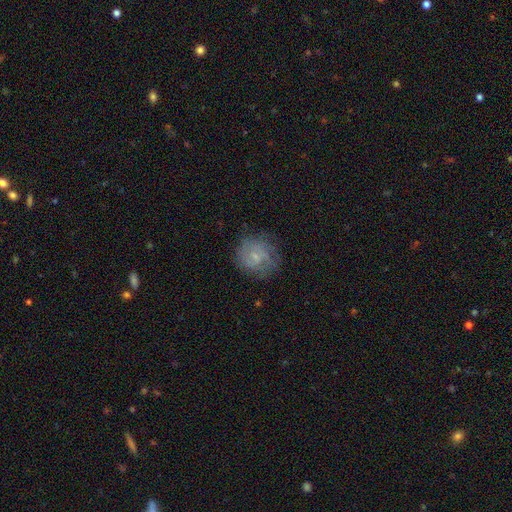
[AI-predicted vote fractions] This is possibly a featured or disk galaxy (58%). It is clearly not viewed edge-on (98%). Bar: possibly no (56%). Spiral arm pattern: clearly yes (85%). Central bulge: likely small (68%). Merging: likely none (72%).